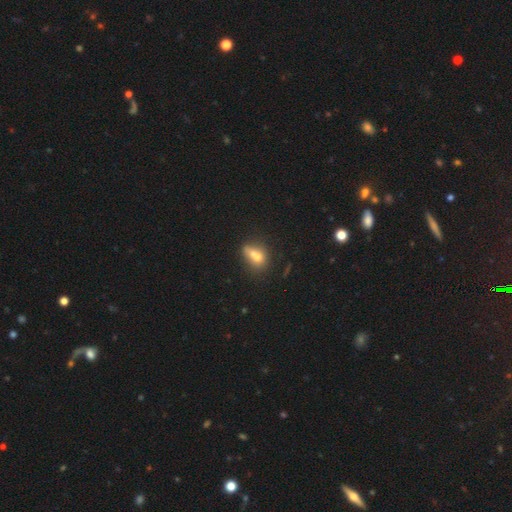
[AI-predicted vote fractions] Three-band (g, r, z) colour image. It shows a smooth galaxy with no disk features (64%) that is in between round and cigar-shaped (62%). Merging: merger (42%).